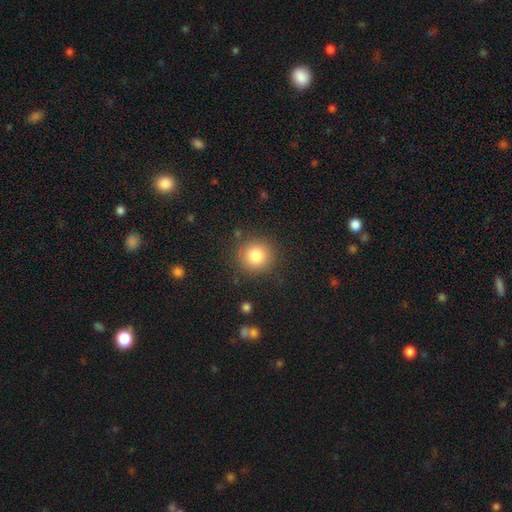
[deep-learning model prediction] A smooth galaxy with no disk features (81%) that is round (93%). Merging: none (87%).